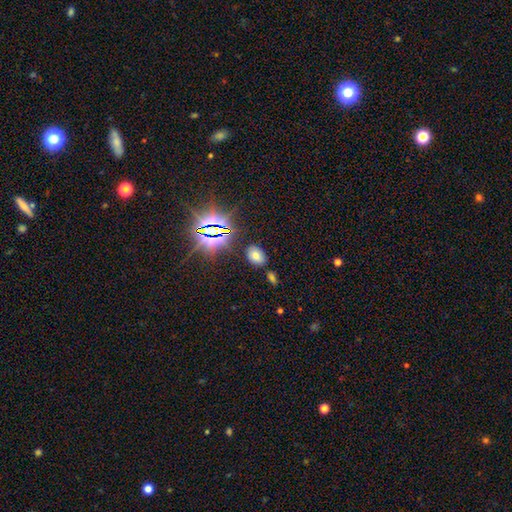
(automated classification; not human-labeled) Smooth or featured? Predicted: smooth (p=0.64). How rounded? Predicted: in between (p=0.80). Merging? Predicted: none (p=0.83).